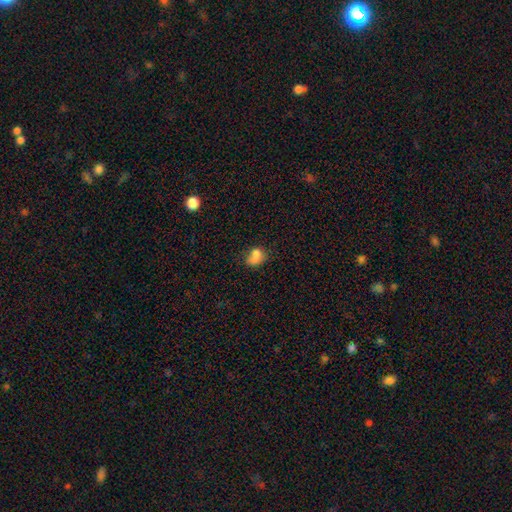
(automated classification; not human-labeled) Smooth or featured? Predicted: smooth (p=0.75). How rounded? Predicted: in between (p=0.63). Merging? Predicted: merger (p=0.34, tied with none).